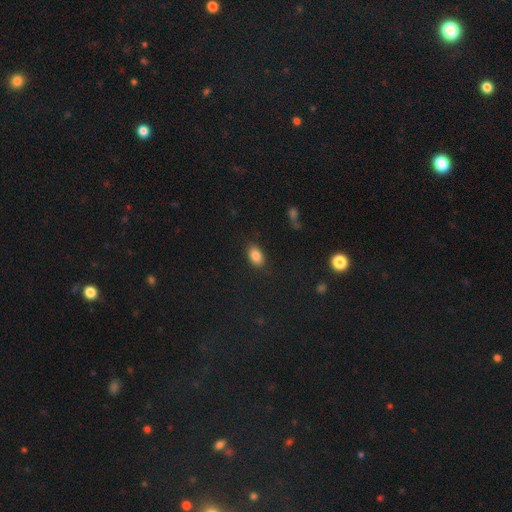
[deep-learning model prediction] Smooth or featured? smooth (85%)
How rounded? in between (90%)
Merging? none (87%)